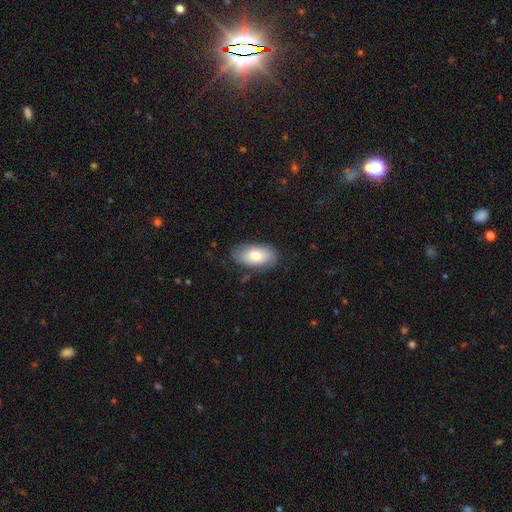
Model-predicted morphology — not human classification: smooth 74%, featured or disk 19%, star or artifact 7%. Down the decision tree: how rounded — in between (94%); merging — none (80%).